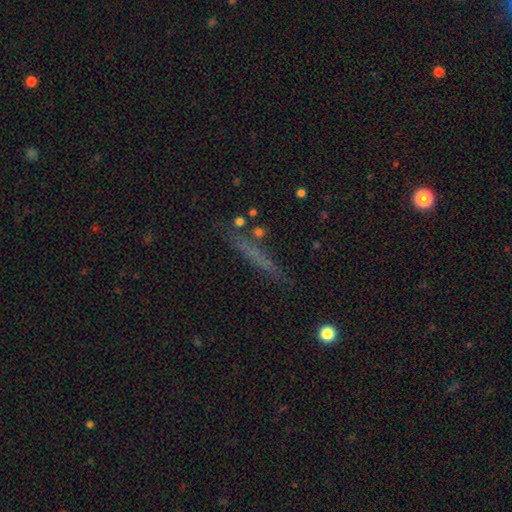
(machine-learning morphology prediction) Smooth or featured?
  - smooth: 49% *
  - featured or disk: 33%
  - star or artifact: 18%
Merging?
  - none: 79% *
  - minor disturbance: 13%
  - major disturbance: 5%
  - merger: 4%